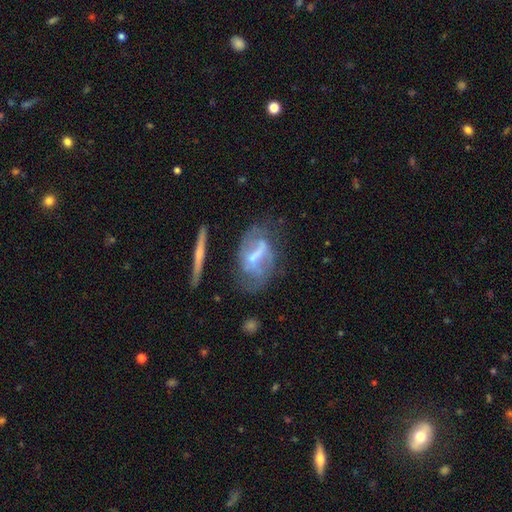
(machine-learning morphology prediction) smooth_or_featured: featured or disk (p=0.67) [alt: smooth p=0.25]
disk_edge_on: no (p=0.89) [alt: yes p=0.11]
bar: weak (p=0.41) [alt: strong p=0.40]
has_spiral_arms: yes (p=0.57) [alt: no p=0.43]
bulge_size: small (p=0.40) [alt: moderate p=0.28]
merging: none (p=0.46) [alt: minor disturbance p=0.24]